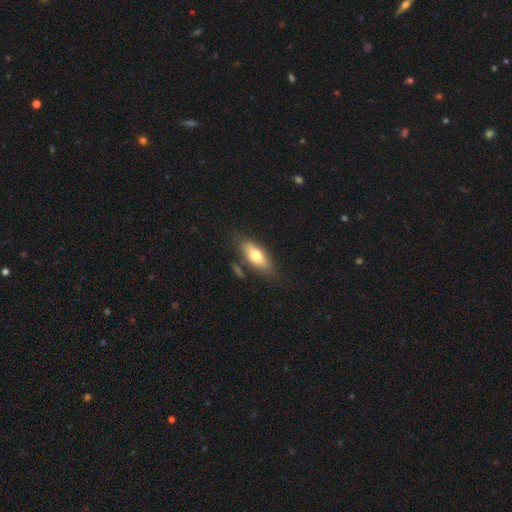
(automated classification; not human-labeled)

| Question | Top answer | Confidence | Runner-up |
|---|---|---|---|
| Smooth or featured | smooth | 66% | featured or disk (28%) |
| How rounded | in between | 76% | cigar-shaped (21%) |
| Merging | none | 73% | minor disturbance (16%) |